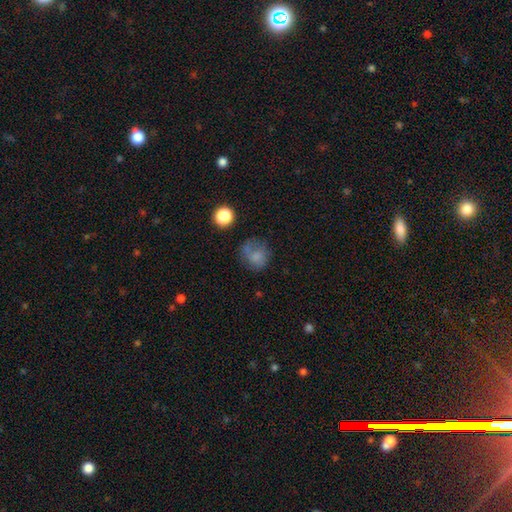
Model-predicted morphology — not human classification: A smooth galaxy with no disk features (69%) that is round (73%).

Vote fractions:
- Smooth or featured? smooth: 69% / featured or disk: 18% / star or artifact: 13%
- How rounded? round: 73% / in between: 26% / cigar-shaped: 1%
- Merging? none: 47% / minor disturbance: 24% / major disturbance: 20% / merger: 8%